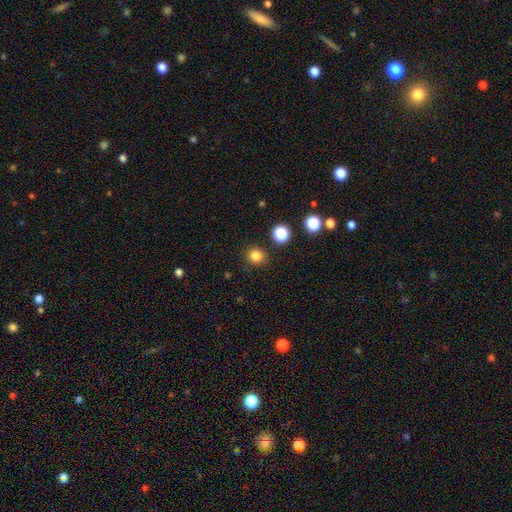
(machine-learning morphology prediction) A smooth galaxy with no disk features (82%) that is round (82%).

Vote fractions:
- Smooth or featured? smooth: 82% / star or artifact: 13% / featured or disk: 5%
- How rounded? round: 82% / in between: 17% / cigar-shaped: 1%
- Merging? none: 89% / minor disturbance: 7% / major disturbance: 2% / merger: 2%